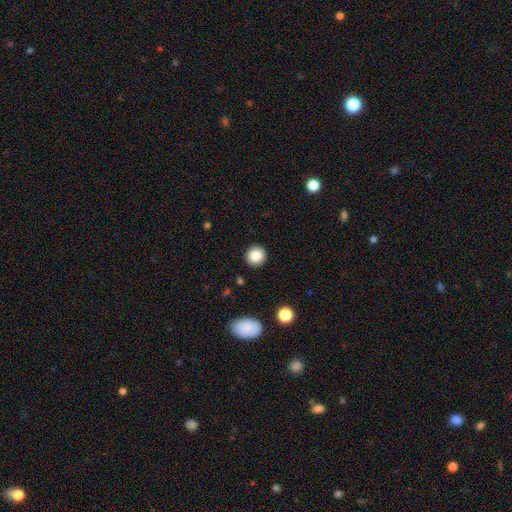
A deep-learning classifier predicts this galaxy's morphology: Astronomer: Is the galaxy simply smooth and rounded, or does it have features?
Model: smooth — 85%.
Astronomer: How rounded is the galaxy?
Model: round — 93%.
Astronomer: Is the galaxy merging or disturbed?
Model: none — 91%.